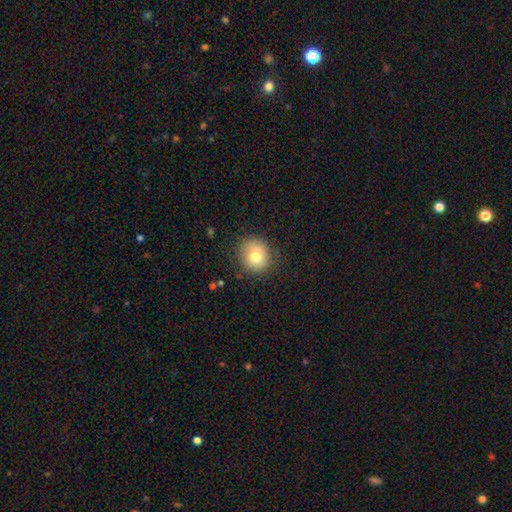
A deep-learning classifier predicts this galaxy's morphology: A smooth galaxy with no disk features (77%) that is round (86%).

Vote fractions:
- Smooth or featured? smooth: 77% / featured or disk: 12% / star or artifact: 11%
- How rounded? round: 86% / in between: 13% / cigar-shaped: 1%
- Merging? none: 83% / minor disturbance: 12% / major disturbance: 4% / merger: 1%